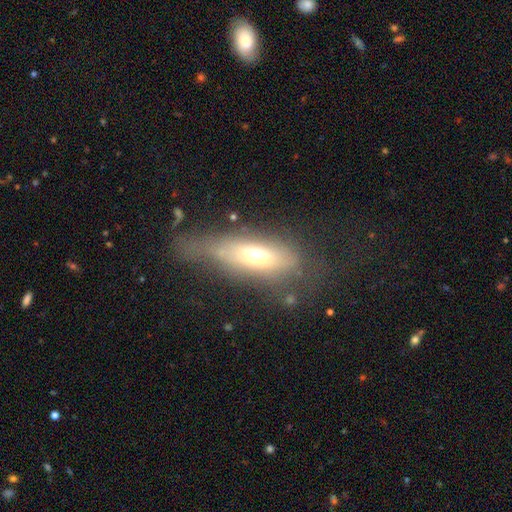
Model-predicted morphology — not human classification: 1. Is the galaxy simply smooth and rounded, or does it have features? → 56% smooth, 34% featured or disk, 10% star or artifact.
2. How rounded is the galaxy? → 66% in between, 30% cigar-shaped, 5% round.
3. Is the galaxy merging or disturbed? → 38% none, 29% major disturbance, 29% minor disturbance, 5% merger.